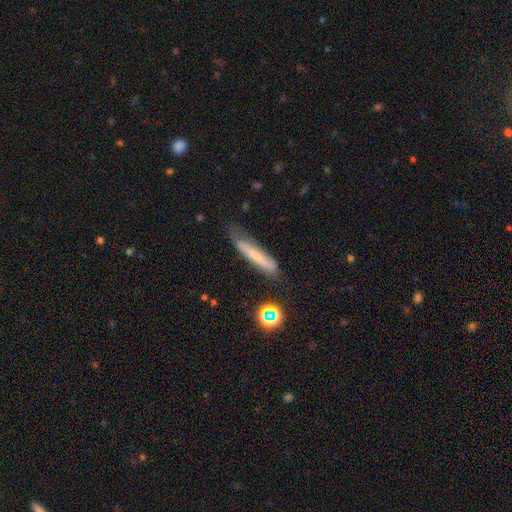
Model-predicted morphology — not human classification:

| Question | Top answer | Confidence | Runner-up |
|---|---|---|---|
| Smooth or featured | smooth | 61% | featured or disk (28%) |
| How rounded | cigar-shaped | 89% | in between (9%) |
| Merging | none | 65% | minor disturbance (25%) |